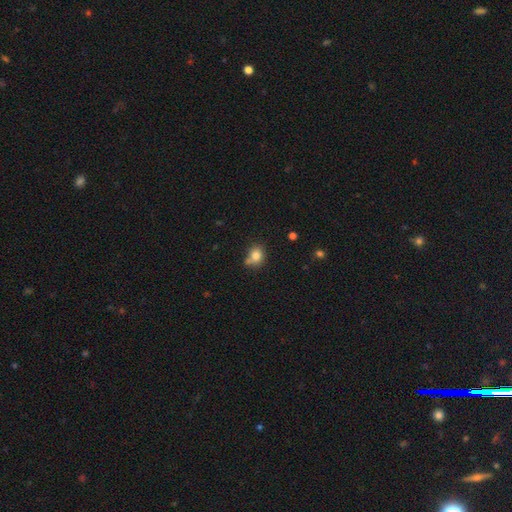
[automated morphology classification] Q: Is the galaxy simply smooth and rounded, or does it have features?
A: smooth — 80%.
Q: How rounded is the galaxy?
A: round — 67%.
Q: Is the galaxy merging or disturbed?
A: none — 58%.